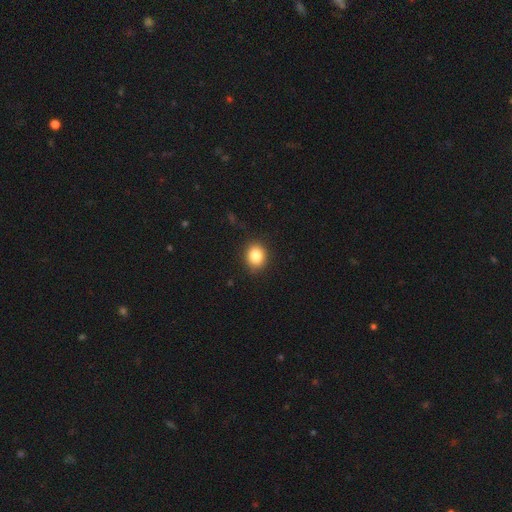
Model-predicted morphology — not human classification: Smooth or featured?
  - smooth: 84% *
  - star or artifact: 10%
  - featured or disk: 6%
How rounded?
  - round: 65% *
  - in between: 34%
  - cigar-shaped: 1%
Merging?
  - none: 88% *
  - minor disturbance: 9%
  - major disturbance: 2%
  - merger: 1%